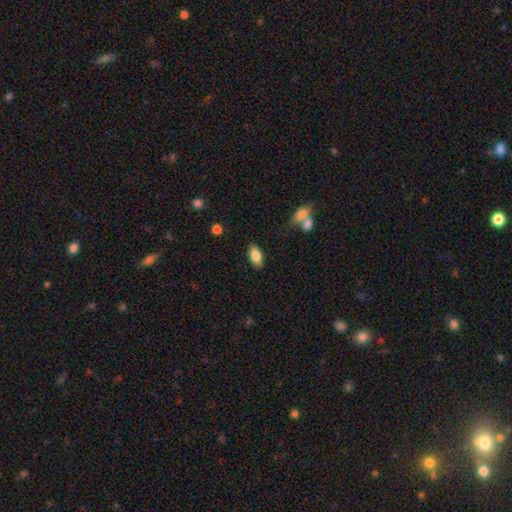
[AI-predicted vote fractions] Overall: smooth (82%). How rounded: in between (89%). Merging: none (84%).